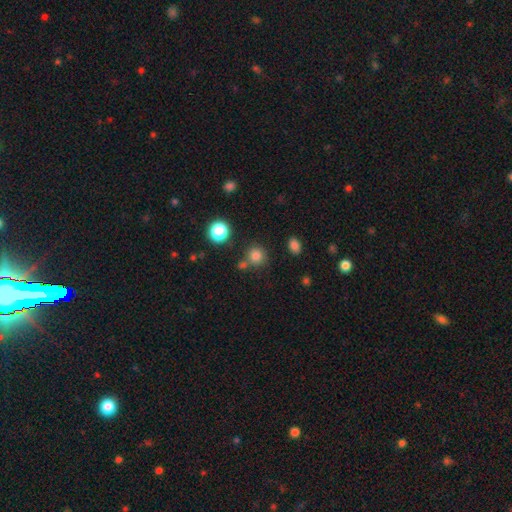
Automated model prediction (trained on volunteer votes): Smooth or featured: smooth — 80% (star or artifact — 15%)
How rounded: round — 90% (in between — 9%)
Merging: none — 72% (merger — 15%)